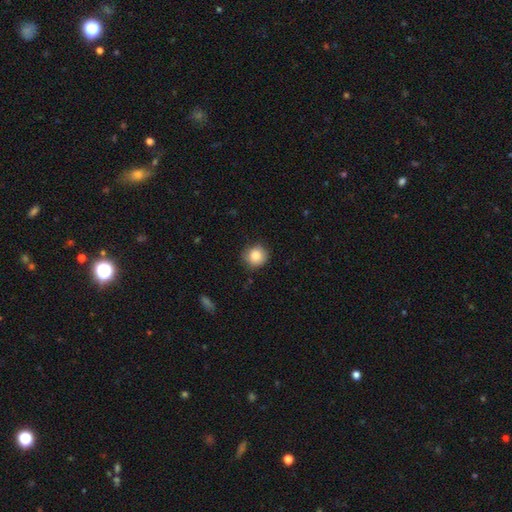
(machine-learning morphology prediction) Q: Smooth or featured?
A: smooth (86%); runner-up: star or artifact (9%)
Q: How rounded?
A: round (89%); runner-up: in between (10%)
Q: Merging?
A: none (80%); runner-up: minor disturbance (15%)